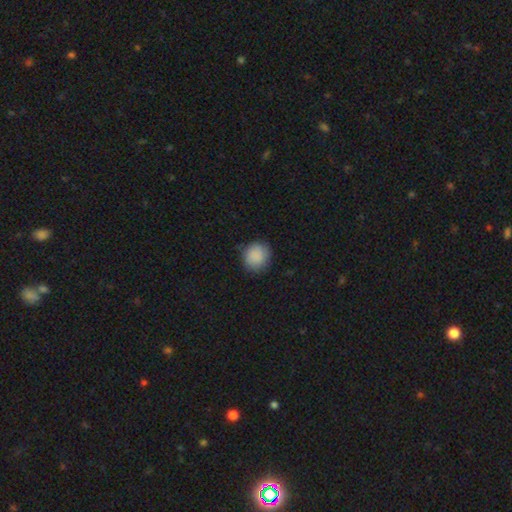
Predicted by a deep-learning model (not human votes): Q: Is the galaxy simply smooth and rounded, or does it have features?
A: smooth — 88%.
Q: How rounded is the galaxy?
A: round — 83%.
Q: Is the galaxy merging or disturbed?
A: none — 81%.